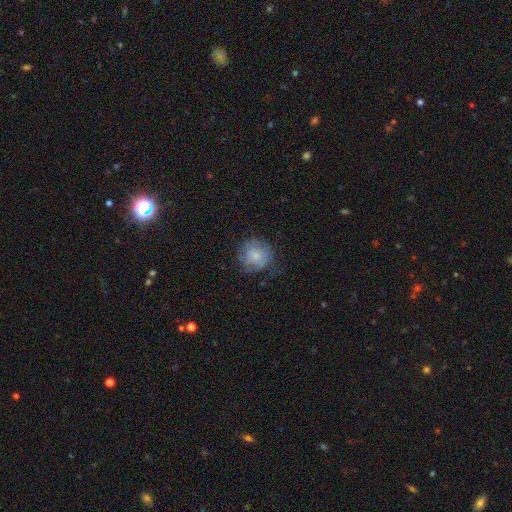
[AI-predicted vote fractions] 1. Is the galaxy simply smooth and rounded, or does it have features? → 63% smooth, 28% featured or disk, 9% star or artifact.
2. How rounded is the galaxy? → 88% round, 11% in between, 1% cigar-shaped.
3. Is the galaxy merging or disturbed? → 64% none, 23% minor disturbance, 12% major disturbance, 1% merger.